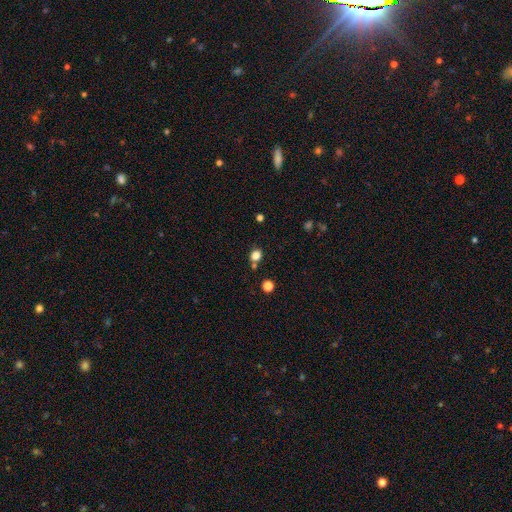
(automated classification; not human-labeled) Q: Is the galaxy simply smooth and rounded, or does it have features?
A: smooth — 80%.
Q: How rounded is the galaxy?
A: round — 70%.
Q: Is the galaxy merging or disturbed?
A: none — 70%.